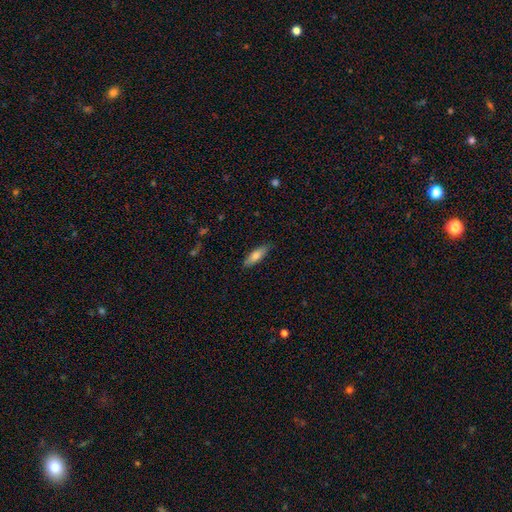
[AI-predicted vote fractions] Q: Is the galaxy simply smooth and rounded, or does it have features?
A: smooth — 72%.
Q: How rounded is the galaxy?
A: cigar-shaped — 54%.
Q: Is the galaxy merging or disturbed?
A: none — 87%.